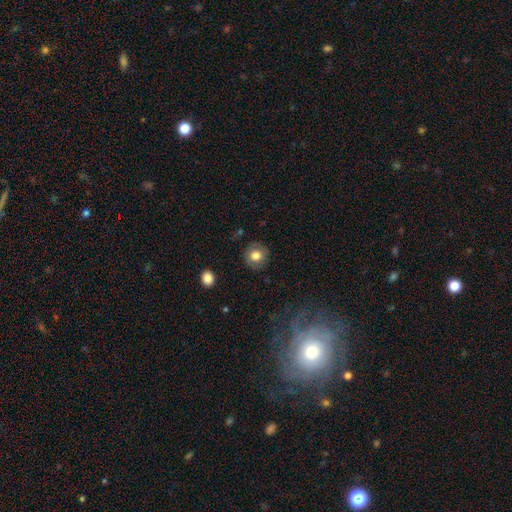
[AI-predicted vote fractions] smooth_or_featured: smooth (p=0.75) [alt: featured or disk p=0.16]
how_rounded: round (p=0.87) [alt: in between p=0.12]
merging: none (p=0.84) [alt: minor disturbance p=0.11]